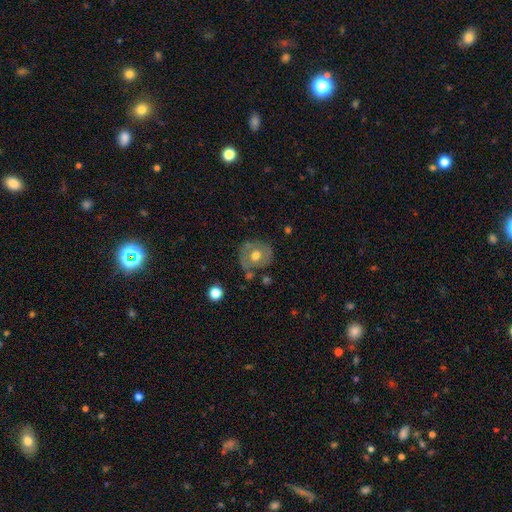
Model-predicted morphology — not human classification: smooth_or_featured: smooth (p=0.51) [alt: featured or disk p=0.41]
how_rounded: round (p=0.83) [alt: in between p=0.16]
merging: none (p=0.69) [alt: minor disturbance p=0.19]